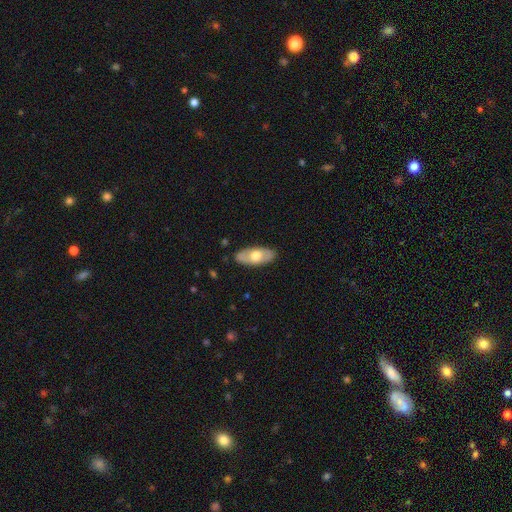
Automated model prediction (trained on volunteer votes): smooth_or_featured: smooth (p=0.53) [alt: featured or disk p=0.42]
how_rounded: in between (p=0.88) [alt: cigar-shaped p=0.09]
merging: none (p=0.85) [alt: minor disturbance p=0.11]